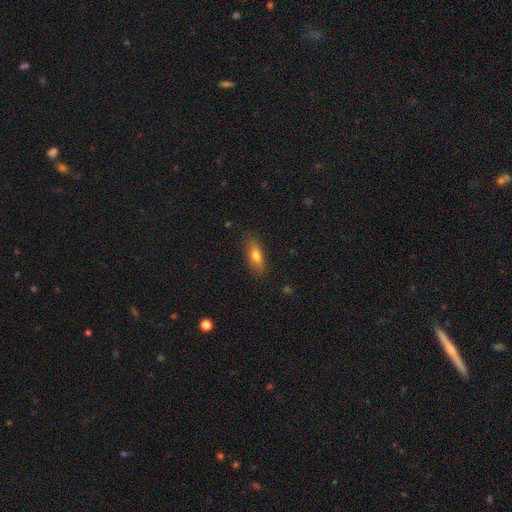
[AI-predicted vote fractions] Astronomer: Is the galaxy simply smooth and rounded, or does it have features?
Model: smooth — 71%.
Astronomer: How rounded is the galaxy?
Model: in between — 63%.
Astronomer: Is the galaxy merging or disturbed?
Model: none — 83%.